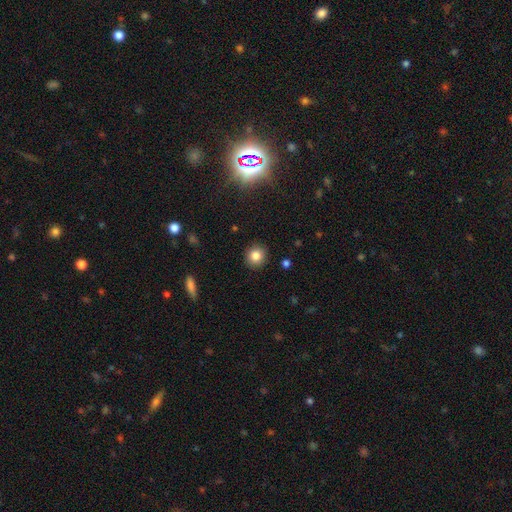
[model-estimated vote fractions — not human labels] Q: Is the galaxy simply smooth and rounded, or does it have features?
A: smooth — 83%.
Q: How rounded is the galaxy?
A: round — 88%.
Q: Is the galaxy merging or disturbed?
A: none — 91%.